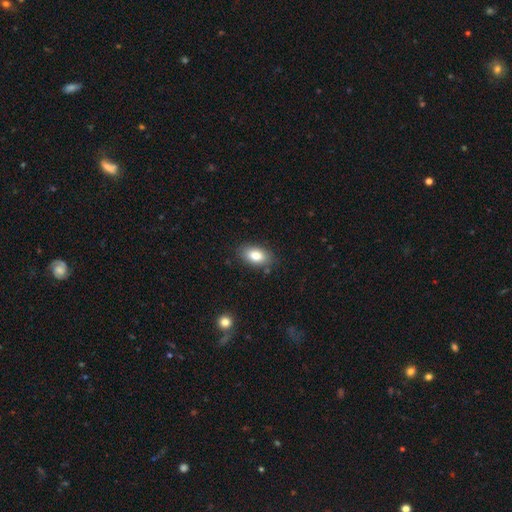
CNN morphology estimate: A smooth galaxy with no disk features (82%) that is in between round and cigar-shaped (91%). Merging: none (84%).